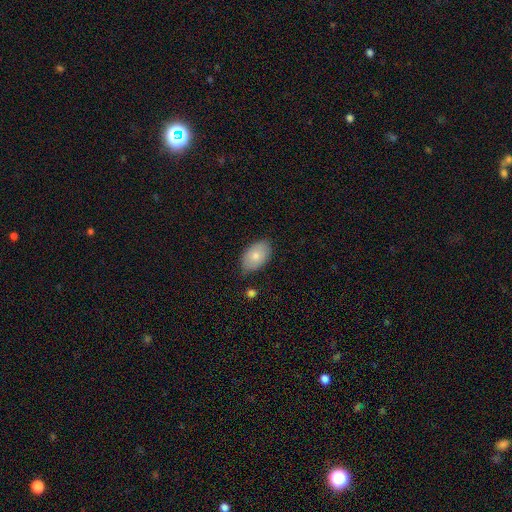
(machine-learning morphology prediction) Q: Smooth or featured?
A: smooth (78%); runner-up: featured or disk (16%)
Q: How rounded?
A: in between (92%); runner-up: round (7%)
Q: Merging?
A: none (76%); runner-up: minor disturbance (19%)